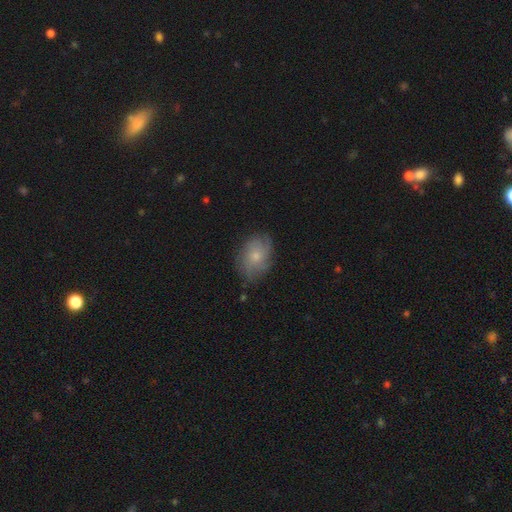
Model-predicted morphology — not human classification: smooth-or-featured: smooth: 56% | featured or disk: 36% | star or artifact: 9%
  how-rounded: in between: 73% | round: 25% | cigar-shaped: 1%
  merging: none: 72% | minor disturbance: 21% | major disturbance: 6% | merger: 1%